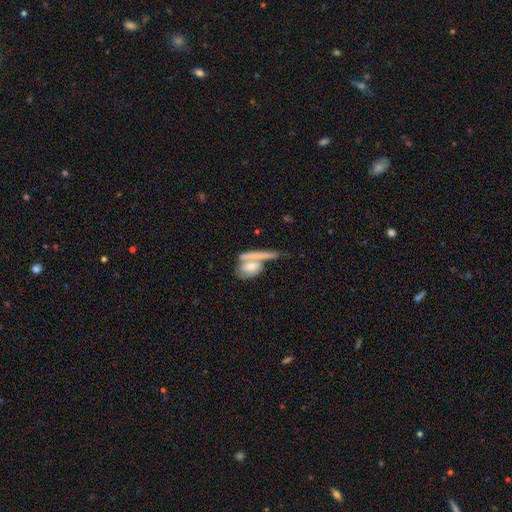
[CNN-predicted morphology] Q: Smooth or featured?
A: featured or disk (40%); runner-up: smooth (39%)
Q: Merging?
A: none (36%); runner-up: merger (35%)